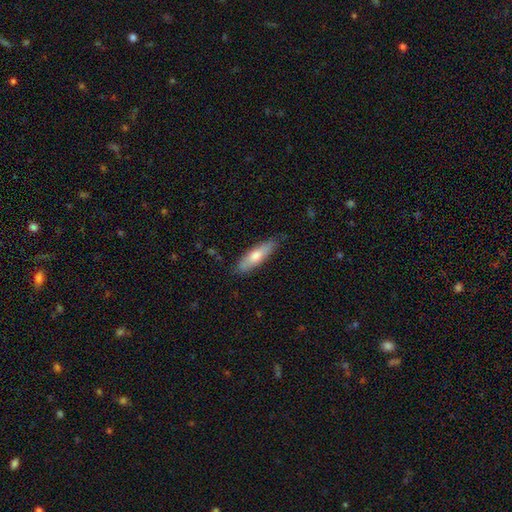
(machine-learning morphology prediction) Smooth or featured?
  - smooth: 67% *
  - featured or disk: 27%
  - star or artifact: 6%
How rounded?
  - cigar-shaped: 59% *
  - in between: 40%
  - round: 2%
Merging?
  - none: 80% *
  - minor disturbance: 16%
  - major disturbance: 3%
  - merger: 1%